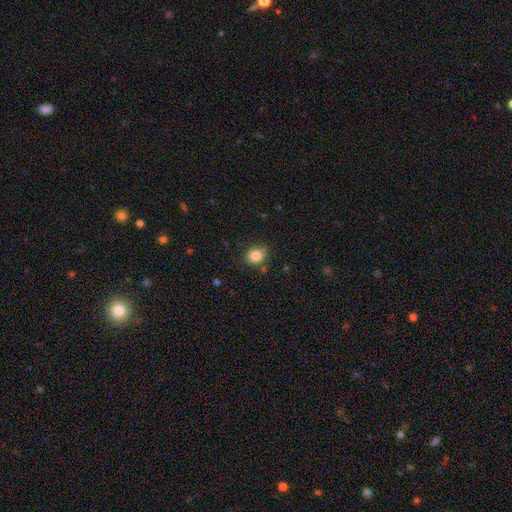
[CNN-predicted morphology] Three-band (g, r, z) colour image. It shows a smooth galaxy with no disk features (84%) that is round (66%). Merging: none (74%).